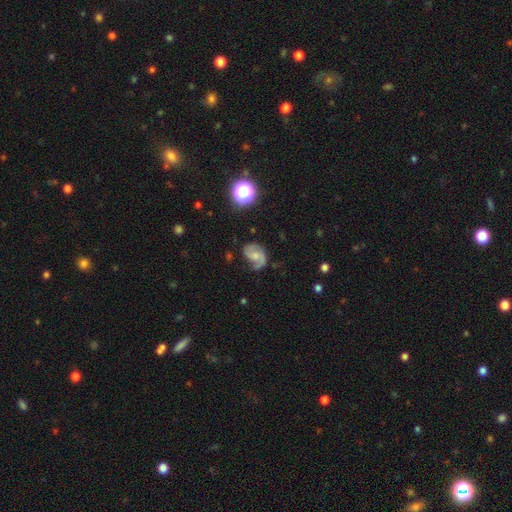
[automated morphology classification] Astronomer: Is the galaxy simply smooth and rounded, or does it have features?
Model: featured or disk — 75%.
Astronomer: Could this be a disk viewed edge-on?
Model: no — 98%.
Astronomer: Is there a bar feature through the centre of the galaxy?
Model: no — 56% (runner-up: weak, 37%).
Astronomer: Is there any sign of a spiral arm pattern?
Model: yes — 94%.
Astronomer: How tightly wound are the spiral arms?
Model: medium — 49% (runner-up: loose, 31%).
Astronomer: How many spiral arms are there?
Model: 2 — 79%.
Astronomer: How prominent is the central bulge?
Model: small — 41%, tied with moderate at 41%.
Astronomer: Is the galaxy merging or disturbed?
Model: none — 59%.